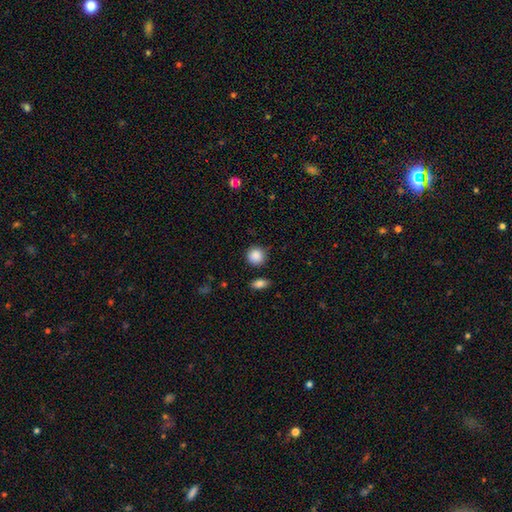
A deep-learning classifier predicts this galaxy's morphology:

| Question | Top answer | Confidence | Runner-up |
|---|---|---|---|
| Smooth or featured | smooth | 88% | star or artifact (9%) |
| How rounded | round | 90% | in between (9%) |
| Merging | none | 84% | minor disturbance (10%) |